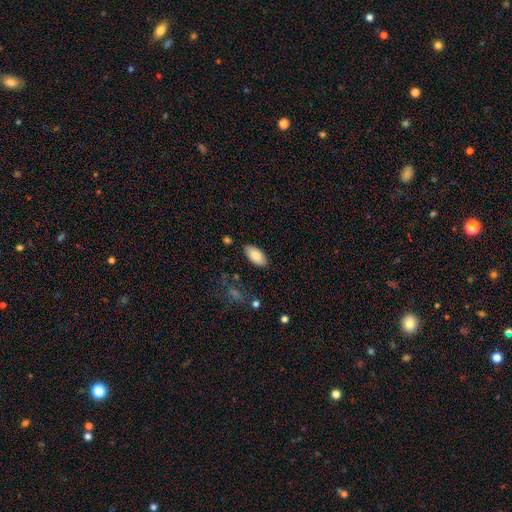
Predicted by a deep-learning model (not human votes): Smooth or featured? smooth (85%)
How rounded? in between (92%)
Merging? none (85%)